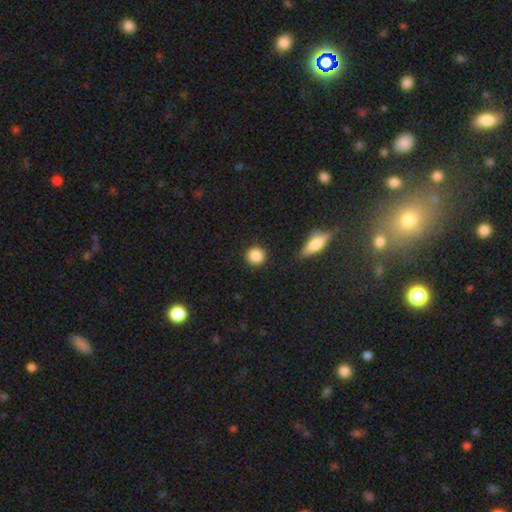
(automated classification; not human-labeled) Smooth or featured: smooth — 87% (star or artifact — 8%)
How rounded: round — 91% (in between — 7%)
Merging: none — 89% (minor disturbance — 7%)